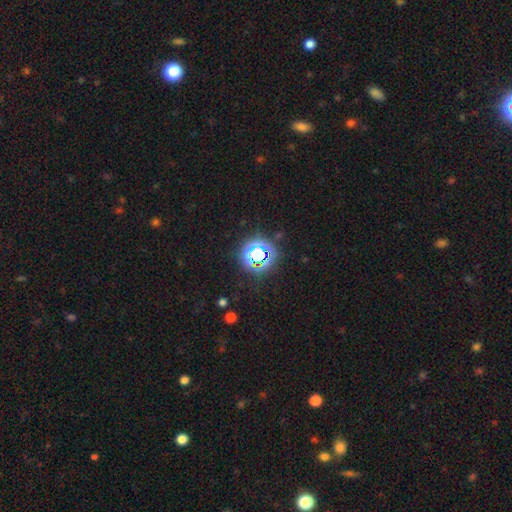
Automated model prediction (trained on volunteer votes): Overall: star or artifact (72%).